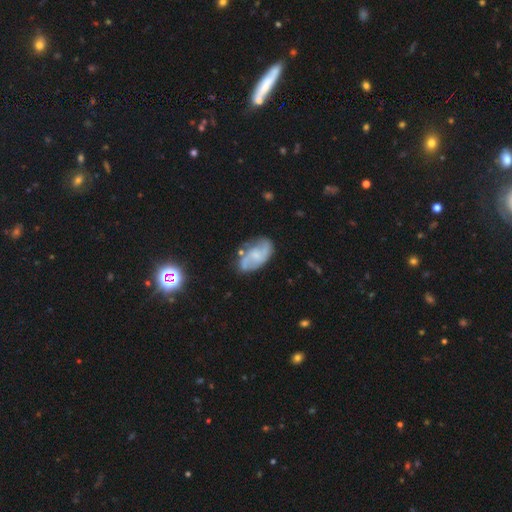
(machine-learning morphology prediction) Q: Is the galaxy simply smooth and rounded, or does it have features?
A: featured or disk — 68%.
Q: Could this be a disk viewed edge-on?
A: no — 96%.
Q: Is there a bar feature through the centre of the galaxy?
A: no — 55%.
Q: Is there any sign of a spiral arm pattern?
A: yes — 88%.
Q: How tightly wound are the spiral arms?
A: medium — 43%.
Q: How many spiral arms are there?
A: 2 — 77%.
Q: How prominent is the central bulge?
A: small — 48%.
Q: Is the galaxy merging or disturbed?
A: none — 63%.